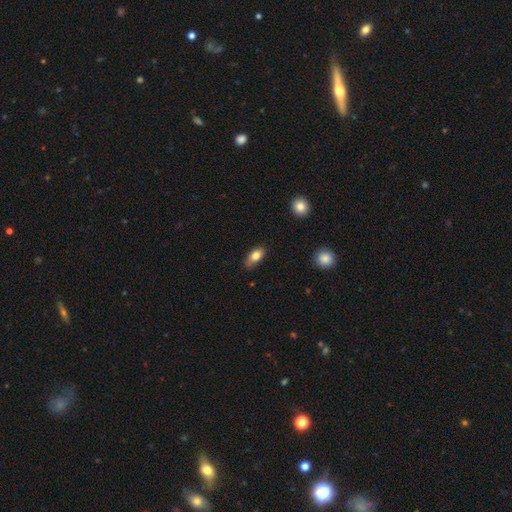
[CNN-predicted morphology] Q: Smooth or featured?
A: smooth (79%); runner-up: featured or disk (13%)
Q: How rounded?
A: in between (86%); runner-up: cigar-shaped (8%)
Q: Merging?
A: none (74%); runner-up: minor disturbance (21%)